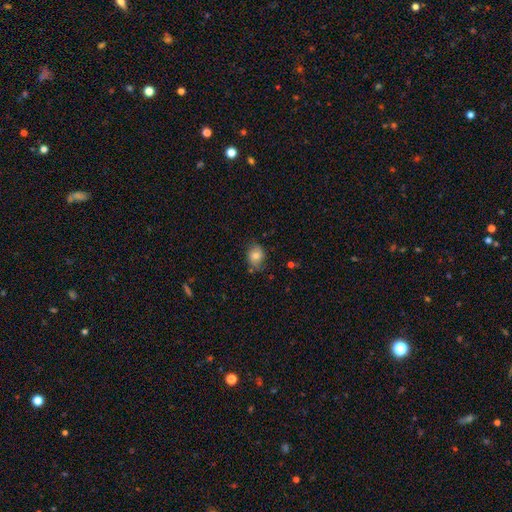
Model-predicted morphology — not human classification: Overall: smooth (72%). How rounded: in between (57%; round 42%). Merging: none (71%).